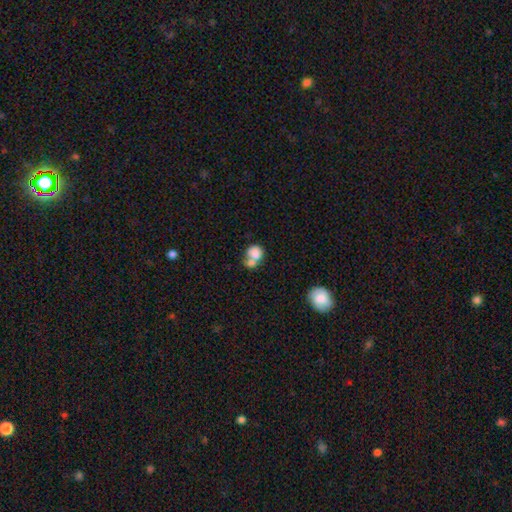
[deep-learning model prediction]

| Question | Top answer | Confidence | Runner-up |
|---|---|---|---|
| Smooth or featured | smooth | 78% | featured or disk (14%) |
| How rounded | round | 69% | in between (29%) |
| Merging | merger | 59% | none (27%) |